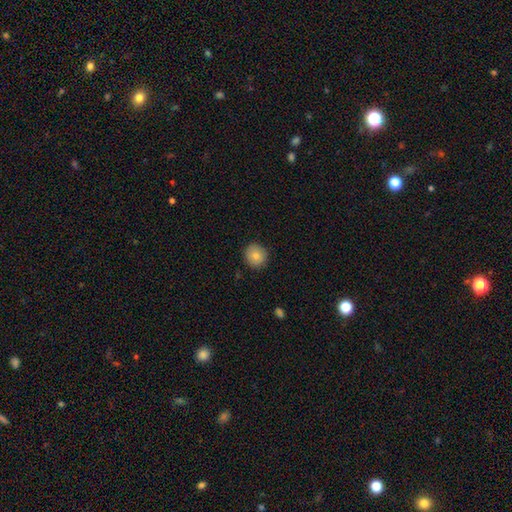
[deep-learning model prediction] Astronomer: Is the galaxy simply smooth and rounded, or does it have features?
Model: smooth — 79%.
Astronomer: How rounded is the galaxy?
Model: round — 91%.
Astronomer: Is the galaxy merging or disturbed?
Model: none — 88%.